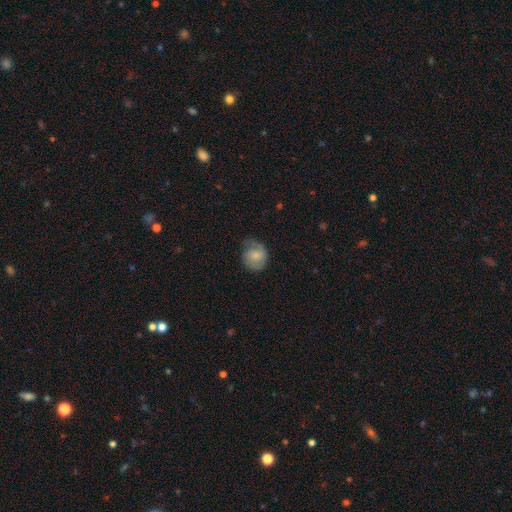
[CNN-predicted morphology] Smooth or featured?
  - smooth: 59% *
  - featured or disk: 33%
  - star or artifact: 7%
How rounded?
  - round: 71% *
  - in between: 28%
  - cigar-shaped: 1%
Merging?
  - none: 53% *
  - minor disturbance: 30%
  - major disturbance: 15%
  - merger: 1%